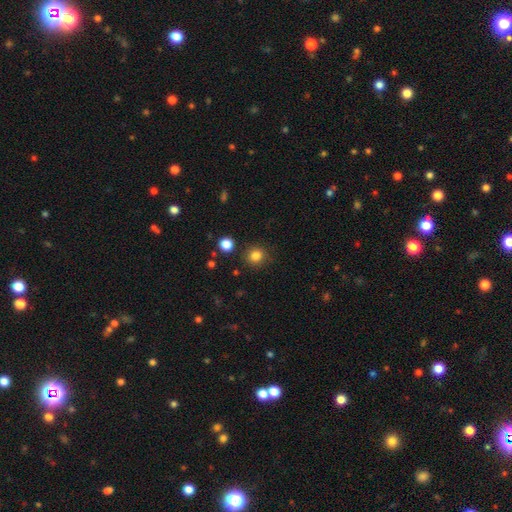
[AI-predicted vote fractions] Morphology: type=smooth (84%); roundness=round (88%); merging=none (87%).